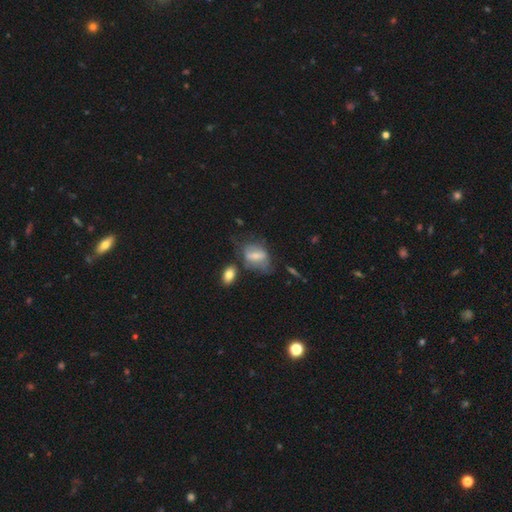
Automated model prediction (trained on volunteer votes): smooth_or_featured: smooth (p=0.50) [alt: featured or disk p=0.40]
merging: none (p=0.42) [alt: minor disturbance p=0.27]